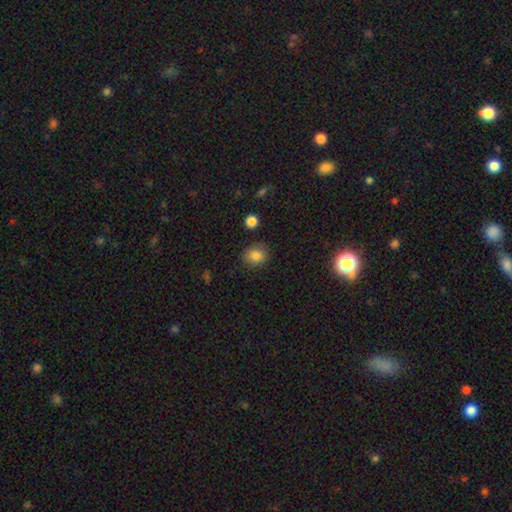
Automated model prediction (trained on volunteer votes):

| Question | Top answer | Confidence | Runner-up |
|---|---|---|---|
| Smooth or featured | smooth | 83% | star or artifact (11%) |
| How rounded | round | 63% | in between (35%) |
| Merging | none | 83% | minor disturbance (12%) |